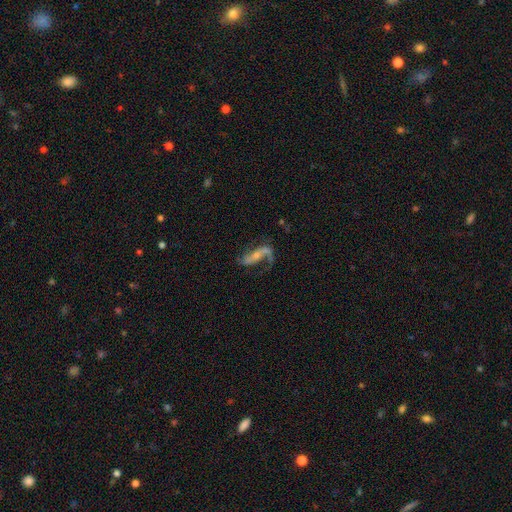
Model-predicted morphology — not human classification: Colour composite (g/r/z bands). It shows a featured or disk galaxy (84%) with no bar (39%), 2 (81%) loose (71%) spiral arms (93%) and a small central bulge (62%). Merging: none (57%).